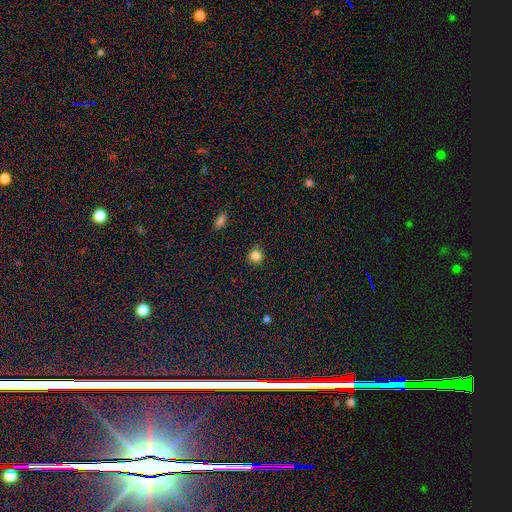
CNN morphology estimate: A smooth galaxy with no disk features (84%) that is round (87%). Merging: none (89%).